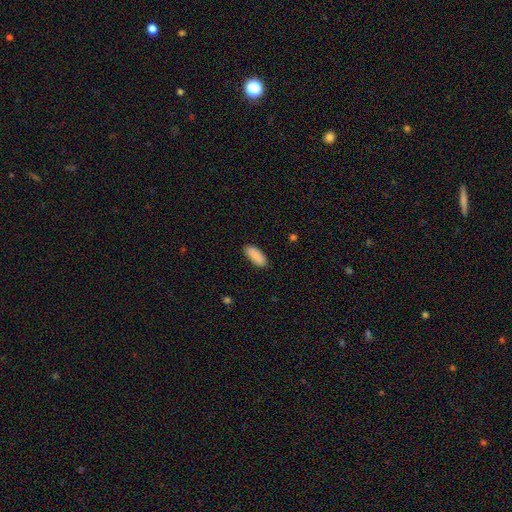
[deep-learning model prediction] smooth_or_featured: smooth (p=0.90) [alt: star or artifact p=0.06]
how_rounded: in between (p=0.83) [alt: cigar-shaped p=0.15]
merging: none (p=0.88) [alt: minor disturbance p=0.09]